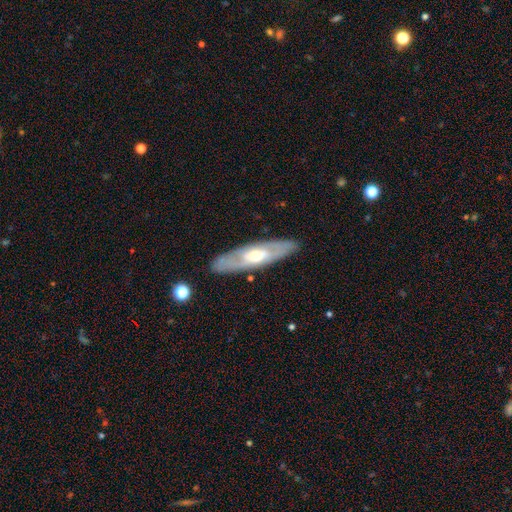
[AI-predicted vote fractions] Smooth or featured?
  - featured or disk: 65% *
  - smooth: 29%
  - star or artifact: 5%
Edge-on disk?
  - no: 63% *
  - yes: 37%
Merging?
  - none: 86% *
  - minor disturbance: 10%
  - major disturbance: 3%
  - merger: 1%